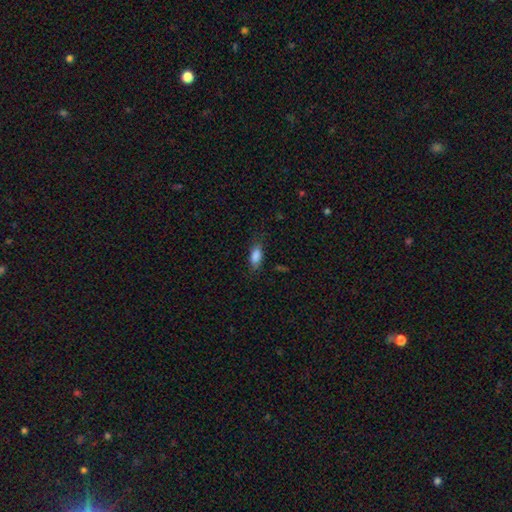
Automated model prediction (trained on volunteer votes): Smooth or featured: smooth — 85% (star or artifact — 8%)
How rounded: in between — 84% (cigar-shaped — 13%)
Merging: none — 73% (minor disturbance — 20%)